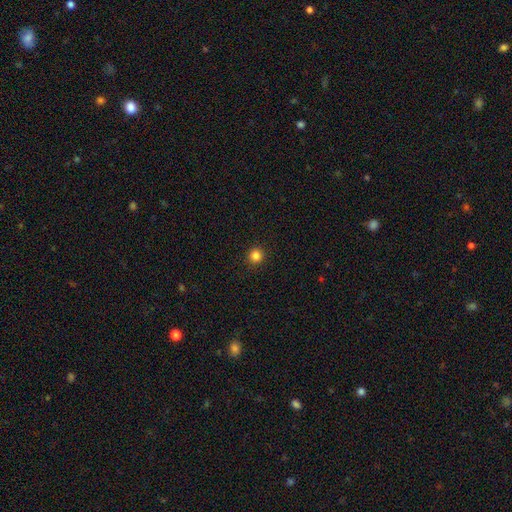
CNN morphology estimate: Smooth or featured: smooth — 84% (star or artifact — 13%)
How rounded: round — 95% (in between — 4%)
Merging: none — 93% (minor disturbance — 4%)